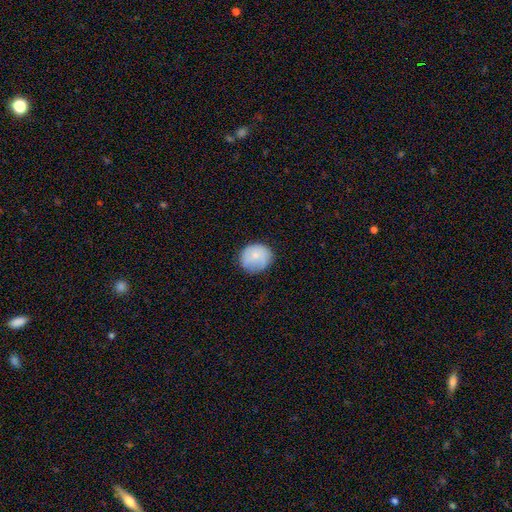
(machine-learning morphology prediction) The model was most divided on "merging": none: 77%, minor disturbance: 18%, major disturbance: 4%, merger: 1%. More confident: how rounded — round (80%); smooth or featured — smooth (79%).